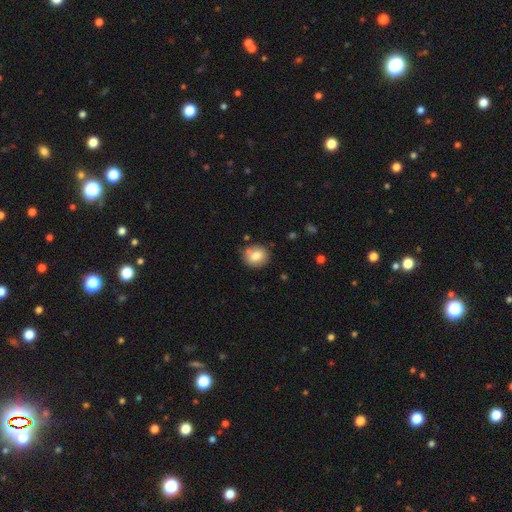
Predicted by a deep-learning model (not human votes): This is clearly a smooth galaxy (80%). How rounded: likely round (67%). Merging: likely none (75%).